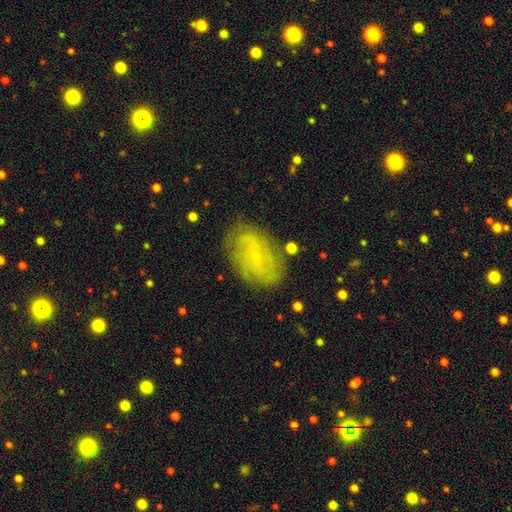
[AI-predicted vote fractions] smooth_or_featured: featured or disk (p=0.58) [alt: smooth p=0.31]
disk_edge_on: no (p=0.95) [alt: yes p=0.05]
bar: no (p=0.62) [alt: weak p=0.31]
has_spiral_arms: yes (p=0.75) [alt: no p=0.25]
bulge_size: small (p=0.86) [alt: moderate p=0.08]
merging: none (p=0.77) [alt: minor disturbance p=0.16]